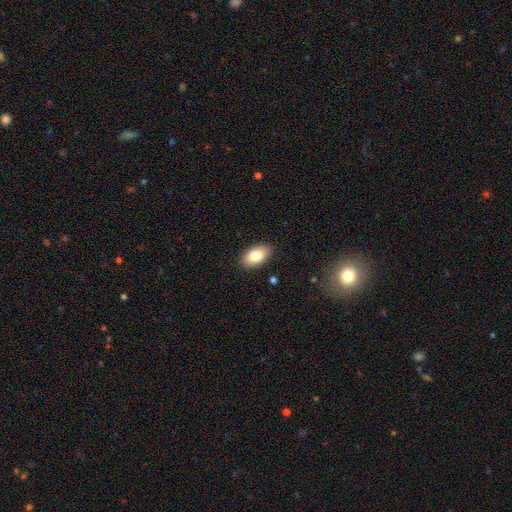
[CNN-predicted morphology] type=smooth (82%); roundness=in between (93%); merging=none (88%).